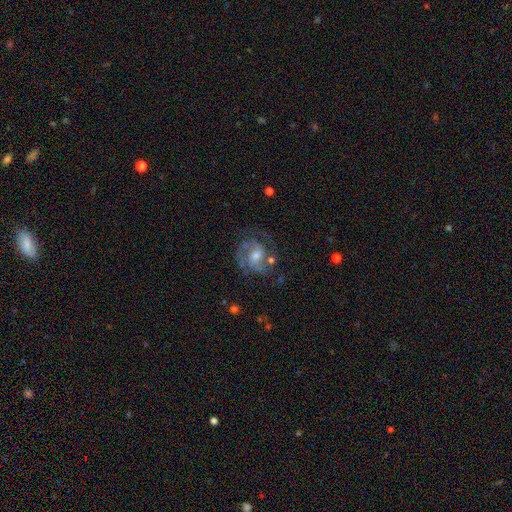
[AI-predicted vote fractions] The model was most divided on "bar": weak: 46%, no: 44%, strong: 10%. Remaining: edge-on disk — no (97%); spiral arms — yes (90%); smooth or featured — featured or disk (78%); merging — none (60%); spiral arm count — 2 (57%); bulge size — moderate (55%); spiral winding — medium (48%).